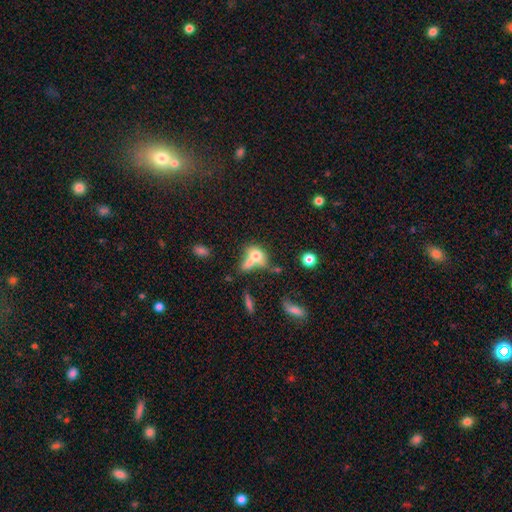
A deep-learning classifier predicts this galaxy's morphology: Overall: smooth (68%). How rounded: in between (58%; round 37%). Merging: merger (50%; none 26%).